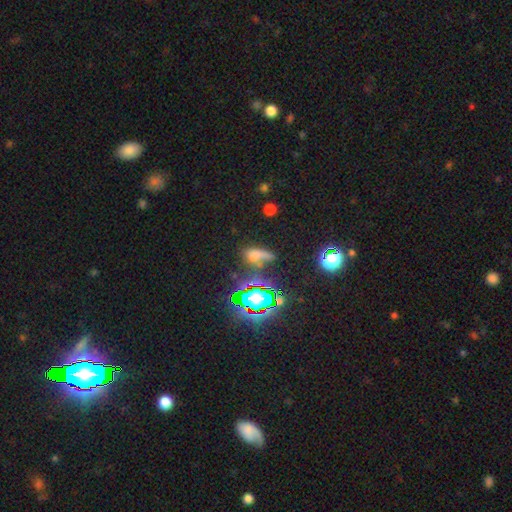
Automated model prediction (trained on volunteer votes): A smooth galaxy with no disk features (46%).

Vote fractions:
- Smooth or featured? smooth: 46% / star or artifact: 37% / featured or disk: 16%
- Merging? none: 40% / minor disturbance: 22% / major disturbance: 22% / merger: 16%